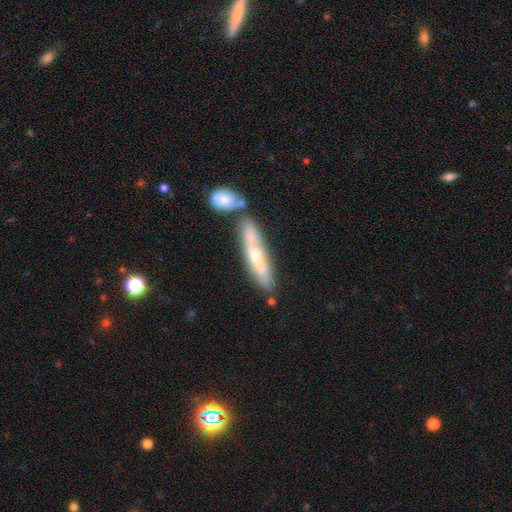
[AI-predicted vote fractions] Smooth or featured? featured or disk (51%)
Edge-on disk? yes (65%)
Merging? none (53%)